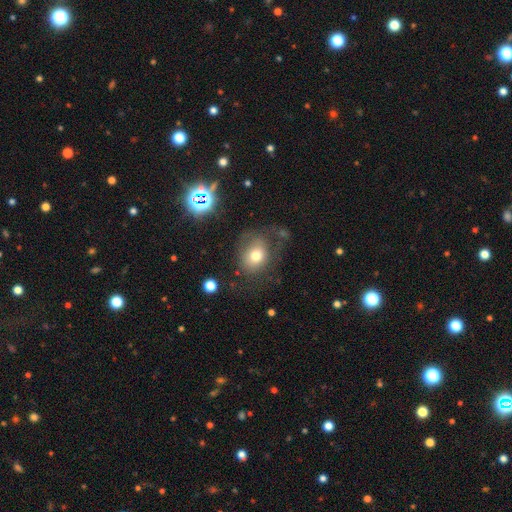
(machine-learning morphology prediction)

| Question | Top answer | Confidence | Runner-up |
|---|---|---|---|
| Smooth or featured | smooth | 68% | featured or disk (19%) |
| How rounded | round | 56% | in between (43%) |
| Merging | none | 51% | major disturbance (23%) |